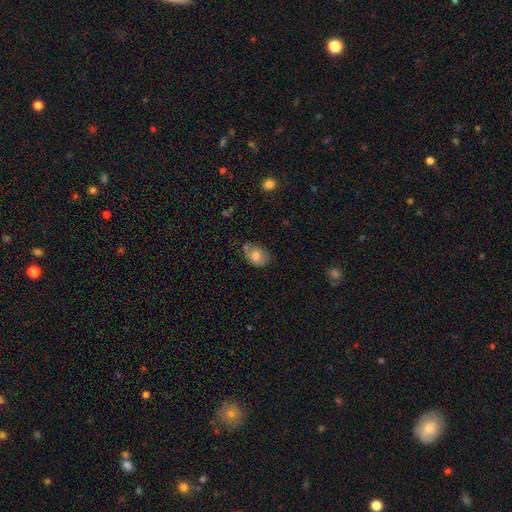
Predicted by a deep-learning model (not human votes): A smooth galaxy with no disk features (68%) that is in between round and cigar-shaped (71%).

Vote fractions:
- Smooth or featured? smooth: 68% / featured or disk: 23% / star or artifact: 9%
- How rounded? in between: 71% / round: 27% / cigar-shaped: 1%
- Merging? none: 50% / minor disturbance: 34% / major disturbance: 11% / merger: 5%